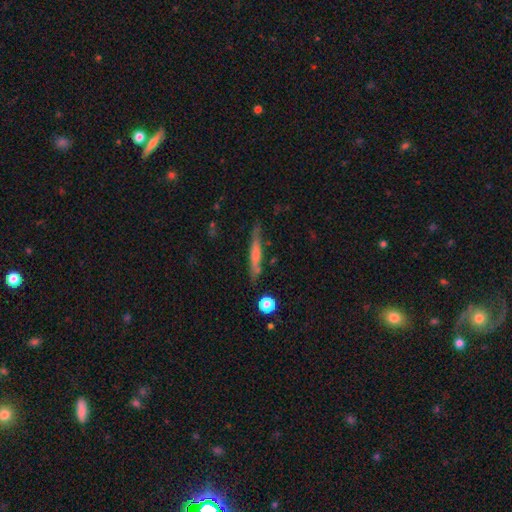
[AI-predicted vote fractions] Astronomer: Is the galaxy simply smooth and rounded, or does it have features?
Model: smooth — 53% (runner-up: featured or disk, 39%).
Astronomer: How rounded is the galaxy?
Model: cigar-shaped — 91%.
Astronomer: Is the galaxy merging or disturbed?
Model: none — 73%.